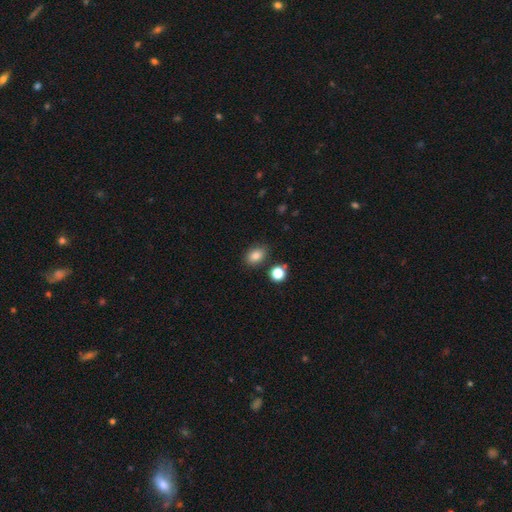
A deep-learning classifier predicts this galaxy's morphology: The model was most divided on "how rounded": in between: 71%, round: 28%, cigar-shaped: 1%. More confident: smooth or featured — smooth (83%); merging — none (81%).